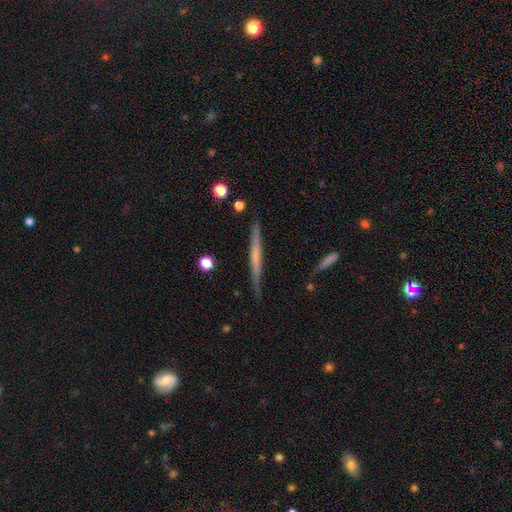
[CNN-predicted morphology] Smooth or featured?
  - featured or disk: 54% *
  - smooth: 40%
  - star or artifact: 6%
Edge-on disk?
  - yes: 97% *
  - no: 3%
Edge-on bulge?
  - none: 75% *
  - rounded: 16%
  - boxy: 9%
Merging?
  - none: 86% *
  - minor disturbance: 10%
  - major disturbance: 2%
  - merger: 2%